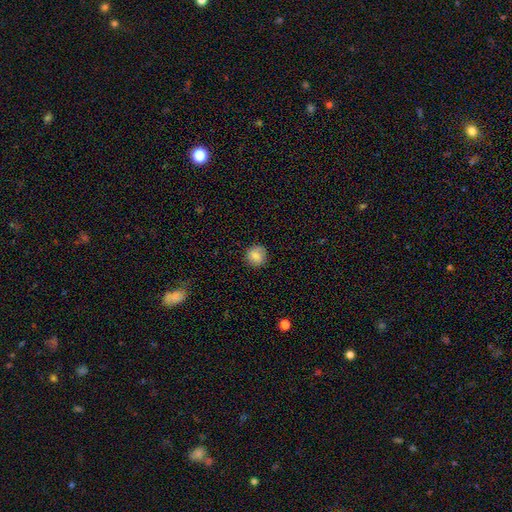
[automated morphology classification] Smooth or featured? Predicted: smooth (p=0.82). How rounded? Predicted: round (p=0.91). Merging? Predicted: none (p=0.87).